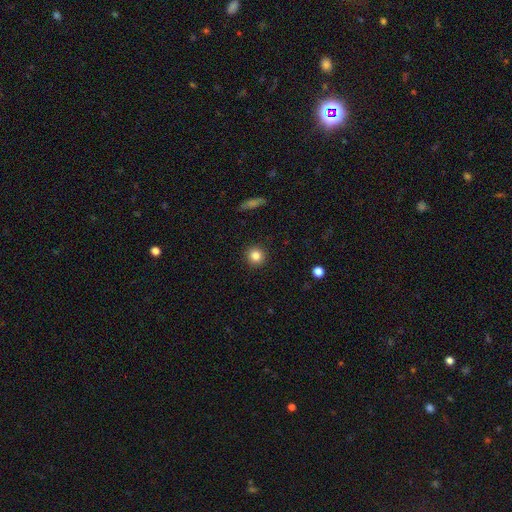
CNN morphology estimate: smooth_or_featured: smooth (p=0.84) [alt: star or artifact p=0.11]
how_rounded: round (p=0.94) [alt: in between p=0.05]
merging: none (p=0.92) [alt: minor disturbance p=0.05]